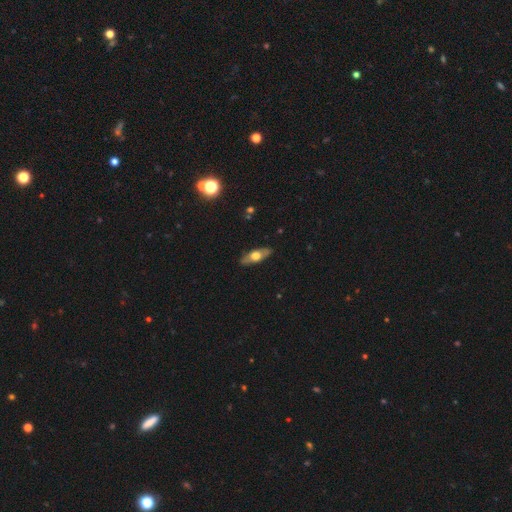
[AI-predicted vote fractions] Overall: smooth (48%; featured or disk 46%). Merging: none (86%).